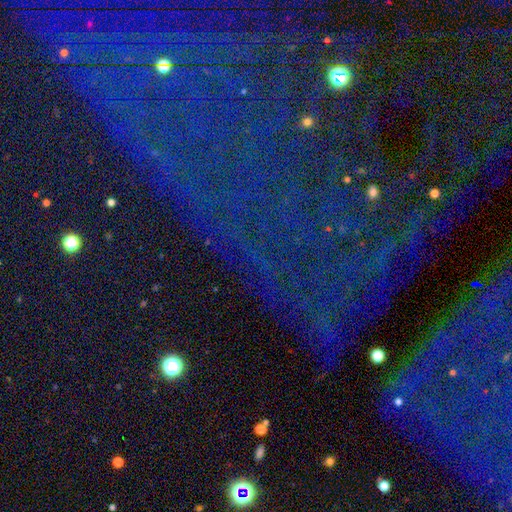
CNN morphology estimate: Overall: star or artifact (84%).